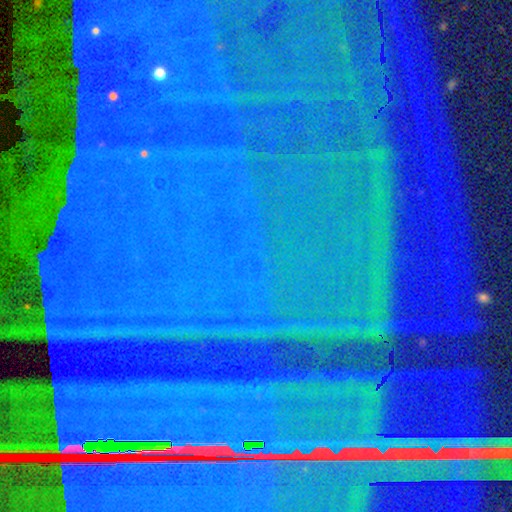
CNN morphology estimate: smooth_or_featured: star or artifact (p=0.88) [alt: featured or disk p=0.07]